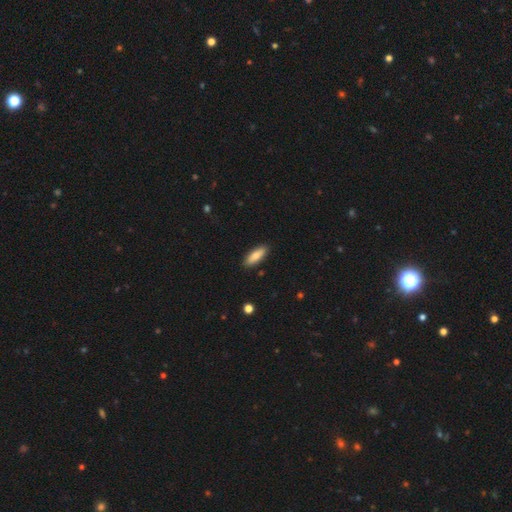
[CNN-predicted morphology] A smooth galaxy with no disk features (76%) that is in between round and cigar-shaped (59%).

Vote fractions:
- Smooth or featured? smooth: 76% / featured or disk: 18% / star or artifact: 6%
- How rounded? in between: 59% / cigar-shaped: 38% / round: 2%
- Merging? none: 89% / minor disturbance: 9% / major disturbance: 2% / merger: 1%